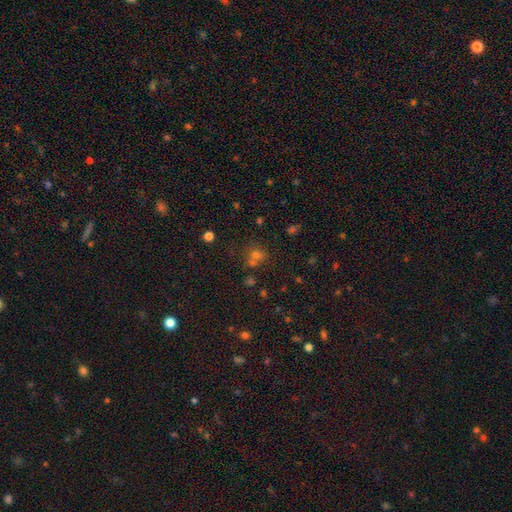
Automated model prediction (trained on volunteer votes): Q: Smooth or featured?
A: smooth (50%); runner-up: star or artifact (40%)
Q: Merging?
A: none (59%); runner-up: merger (27%)